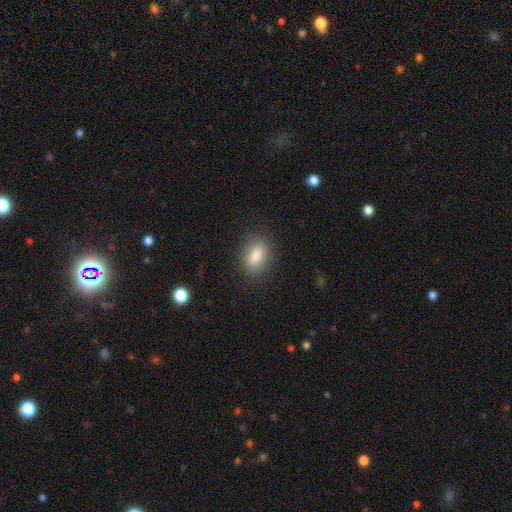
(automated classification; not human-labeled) Smooth or featured: smooth — 82% (featured or disk — 9%)
How rounded: in between — 80% (round — 17%)
Merging: none — 86% (minor disturbance — 10%)